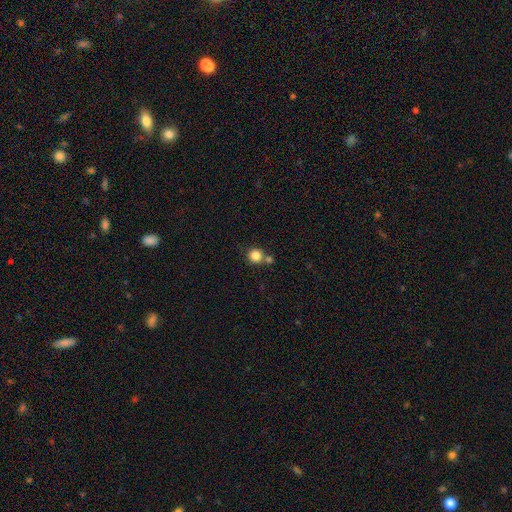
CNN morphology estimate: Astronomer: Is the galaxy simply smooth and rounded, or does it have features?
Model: smooth — 83%.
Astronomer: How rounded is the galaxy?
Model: round — 93%.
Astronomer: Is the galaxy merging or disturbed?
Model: none — 63%.